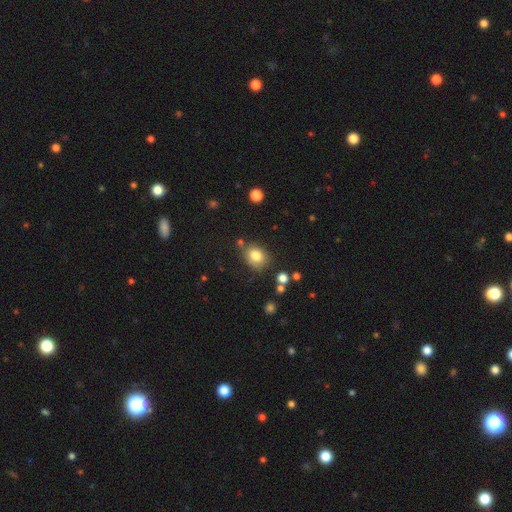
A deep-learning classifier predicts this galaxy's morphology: Smooth or featured: smooth — 81% (star or artifact — 11%)
How rounded: round — 55% (in between — 44%)
Merging: none — 71% (minor disturbance — 17%)